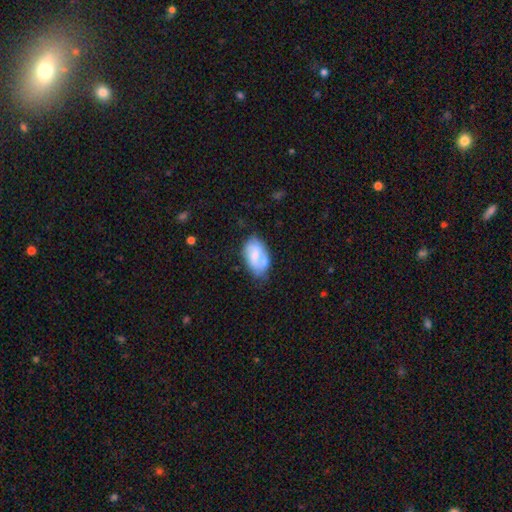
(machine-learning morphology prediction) A smooth galaxy with no disk features (58%) that is in between round and cigar-shaped (90%).

Vote fractions:
- Smooth or featured? smooth: 58% / featured or disk: 35% / star or artifact: 7%
- How rounded? in between: 90% / round: 8% / cigar-shaped: 1%
- Merging? none: 45% / minor disturbance: 26% / merger: 20% / major disturbance: 9%